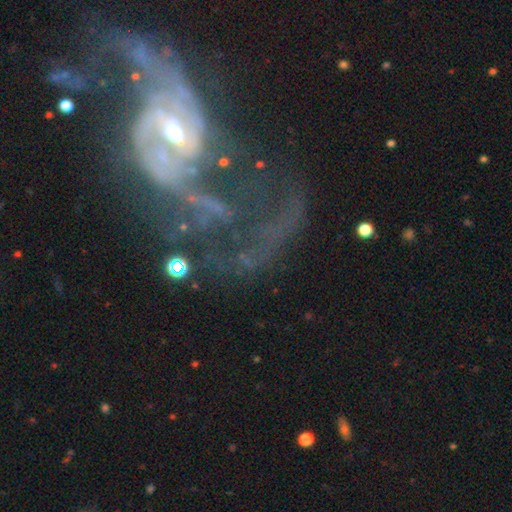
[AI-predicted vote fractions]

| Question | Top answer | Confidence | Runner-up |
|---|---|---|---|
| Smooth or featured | featured or disk | 76% | star or artifact (14%) |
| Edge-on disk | no | 95% | yes (5%) |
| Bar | no | 36% | tied: weak (36%) |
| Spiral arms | yes | 75% | no (25%) |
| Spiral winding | loose | 43% | medium (35%) |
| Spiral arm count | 2 | 49% | can't tell (23%) |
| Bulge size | moderate | 48% | small (42%) |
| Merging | major disturbance | 44% | none (26%) |